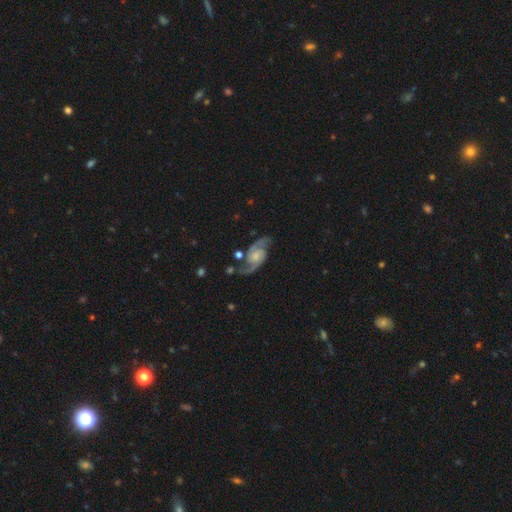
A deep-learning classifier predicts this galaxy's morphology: This appears to be a featured or disk galaxy (90%) with no bar (61%), 2 (94%) medium (52%) spiral arms (98%) and a small central bulge (43%). Merging: none (72%).